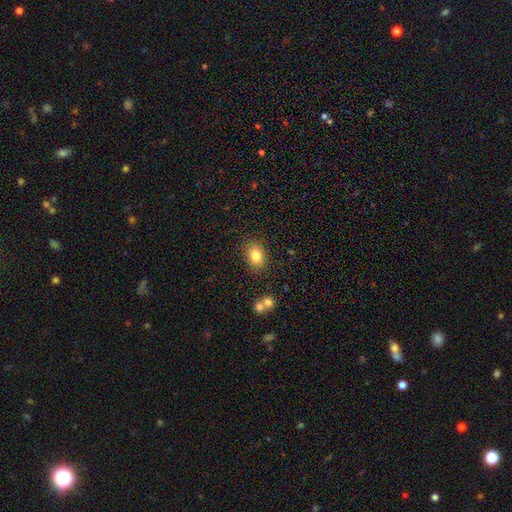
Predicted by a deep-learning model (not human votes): smooth 80%, featured or disk 10%, star or artifact 10%. Down the decision tree: how rounded — in between (74%); merging — none (84%).